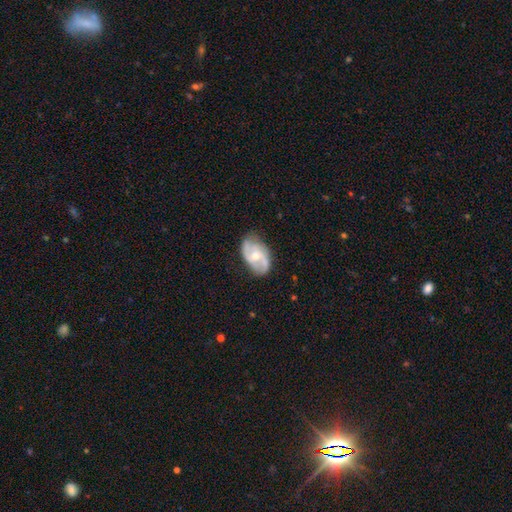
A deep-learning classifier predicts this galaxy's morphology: smooth-or-featured: featured or disk: 77% | smooth: 18% | star or artifact: 5%
  disk-edge-on: no: 96% | yes: 4%
    bar: no: 51% | weak: 41% | strong: 9%
    has-spiral-arms: yes: 91% | no: 9%
      spiral-winding: medium: 49% | loose: 29% | tight: 23%
      spiral-arm-count: 2: 76% | can't tell: 11% | 3: 7% | 1: 3% | 4: 2% | more than 4: 2%
    bulge-size: moderate: 59% | small: 35% | large: 3% | none: 2% | dominant: 1%
  merging: none: 70% | minor disturbance: 22% | major disturbance: 7% | merger: 1%